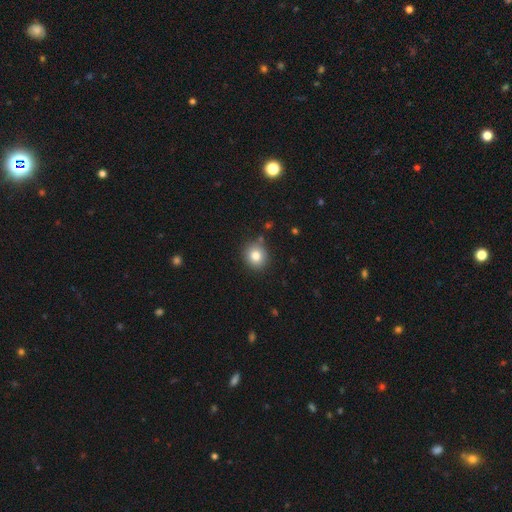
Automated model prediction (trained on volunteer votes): A smooth galaxy with no disk features (81%) that is round (84%).

Vote fractions:
- Smooth or featured? smooth: 81% / star or artifact: 11% / featured or disk: 8%
- How rounded? round: 84% / in between: 15% / cigar-shaped: 1%
- Merging? none: 85% / minor disturbance: 10% / merger: 3% / major disturbance: 2%